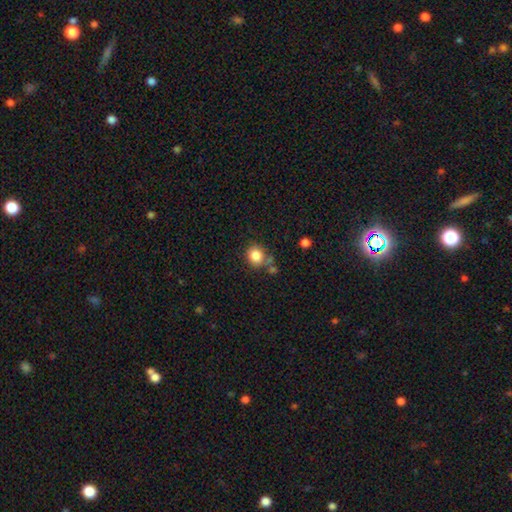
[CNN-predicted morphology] Smooth or featured?
  - smooth: 85% *
  - star or artifact: 10%
  - featured or disk: 6%
How rounded?
  - round: 77% *
  - in between: 22%
  - cigar-shaped: 1%
Merging?
  - none: 65% *
  - minor disturbance: 16%
  - merger: 14%
  - major disturbance: 5%